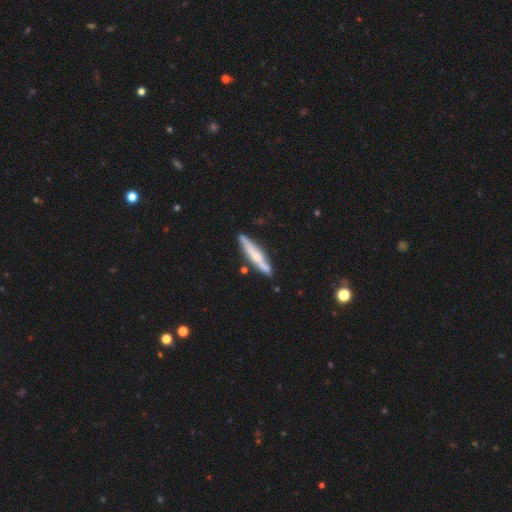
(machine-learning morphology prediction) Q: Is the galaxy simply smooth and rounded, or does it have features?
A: featured or disk — 48%.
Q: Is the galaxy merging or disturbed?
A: none — 82%.